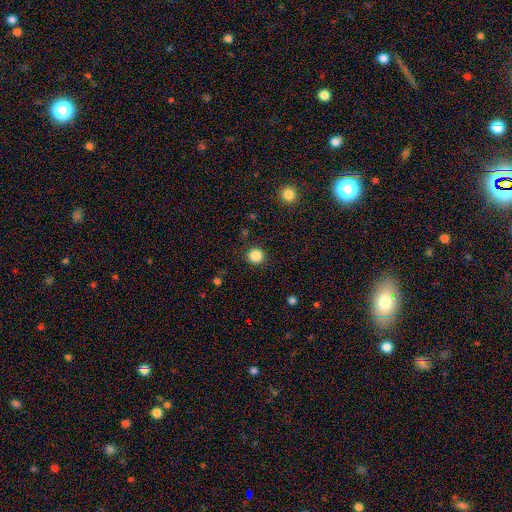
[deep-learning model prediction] smooth-or-featured: smooth: 86% | star or artifact: 11% | featured or disk: 3%
  how-rounded: round: 94% | in between: 5% | cigar-shaped: 1%
  merging: none: 91% | minor disturbance: 5% | major disturbance: 2% | merger: 1%